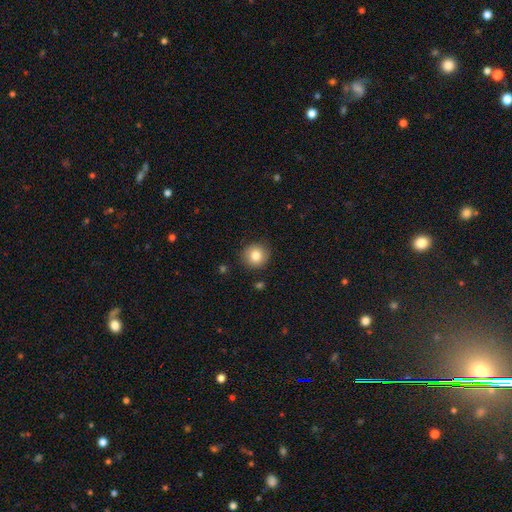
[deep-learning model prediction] A smooth galaxy with no disk features (82%) that is round (92%). Merging: none (89%).